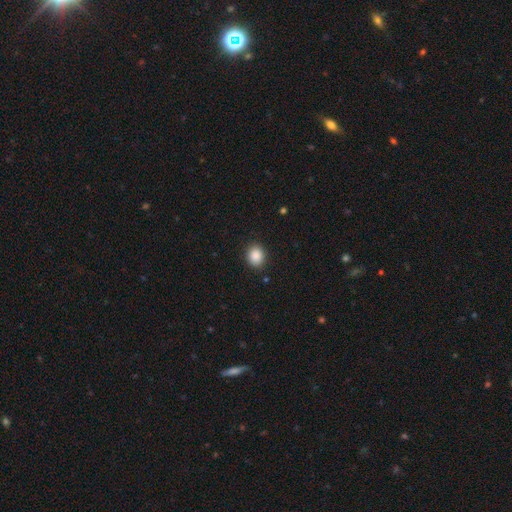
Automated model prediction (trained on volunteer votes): Smooth or featured? Predicted: smooth (p=0.88). How rounded? Predicted: round (p=0.63). Merging? Predicted: none (p=0.89).